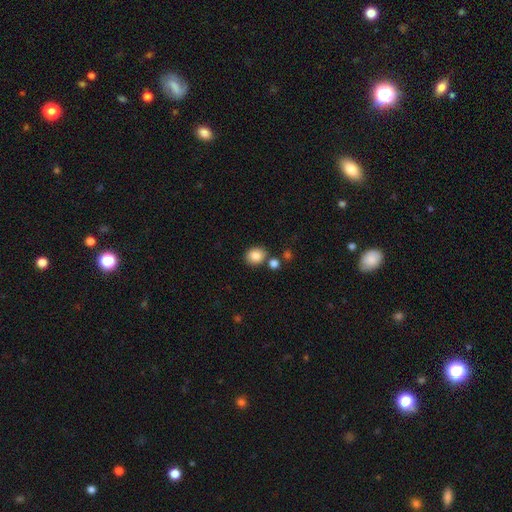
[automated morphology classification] smooth-or-featured: smooth: 86% | star or artifact: 9% | featured or disk: 5%
  how-rounded: round: 69% | in between: 30% | cigar-shaped: 1%
  merging: none: 75% | merger: 12% | minor disturbance: 10% | major disturbance: 3%